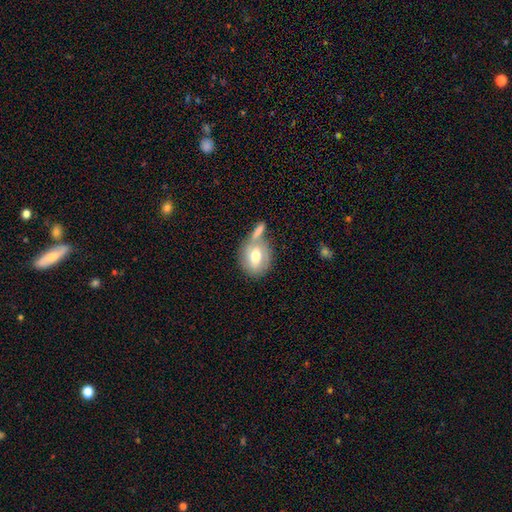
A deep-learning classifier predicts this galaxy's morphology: The model was most divided on "how rounded": in between: 50%, round: 49%, cigar-shaped: 2%. Remaining: smooth or featured — smooth (64%); merging — none (46%).